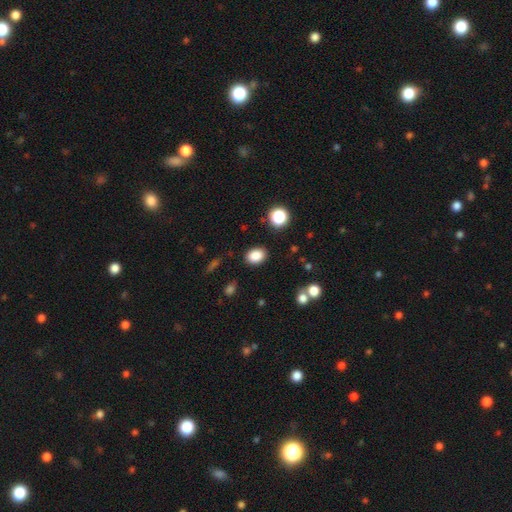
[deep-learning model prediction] smooth 86%, star or artifact 10%, featured or disk 4%. Down the decision tree: how rounded — in between (71%); merging — none (86%).